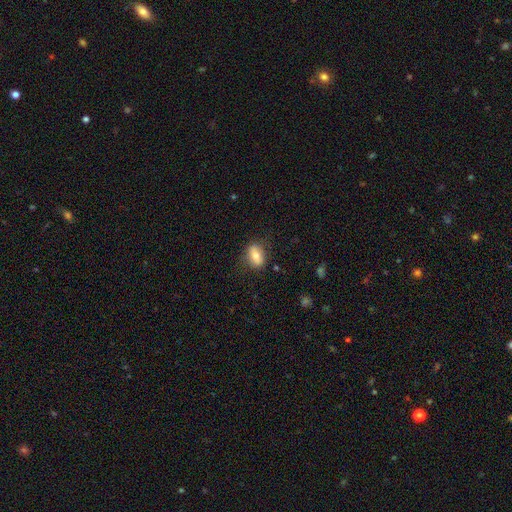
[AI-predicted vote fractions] A smooth galaxy with no disk features (70%) that is in between round and cigar-shaped (80%). Merging: none (77%).